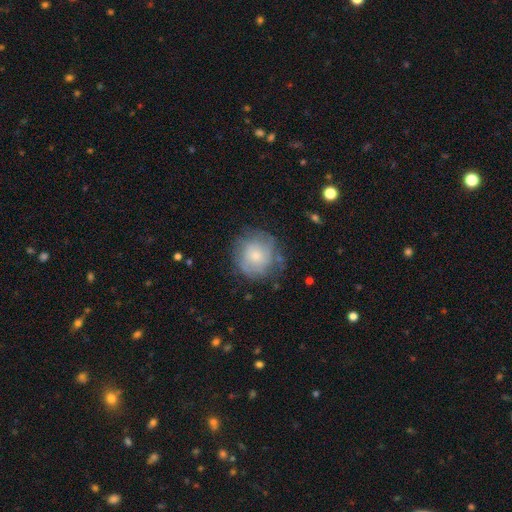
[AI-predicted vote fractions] smooth 55%, featured or disk 36%, star or artifact 8%. Down the decision tree: how rounded — round (90%); merging — none (68%).